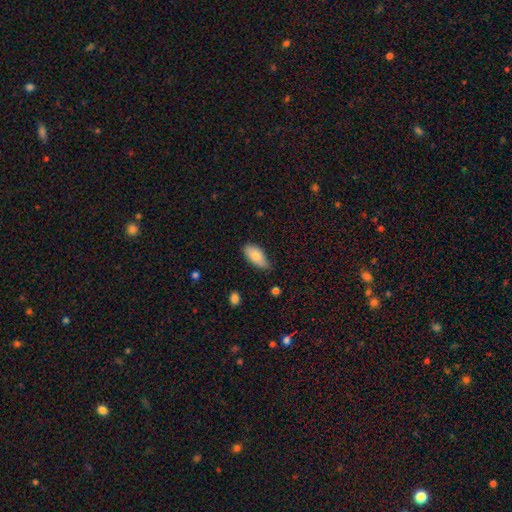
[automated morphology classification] The model was most divided on "merging": none: 64%, minor disturbance: 30%, major disturbance: 4%, merger: 2%. More confident: how rounded — in between (92%); smooth or featured — smooth (81%).